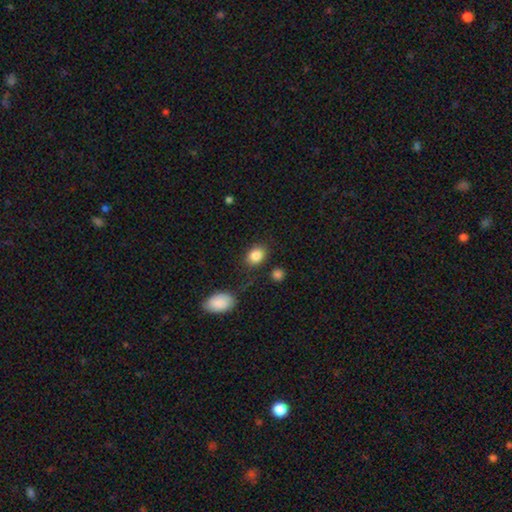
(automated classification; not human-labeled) Q: Smooth or featured?
A: smooth (85%); runner-up: star or artifact (9%)
Q: How rounded?
A: in between (64%); runner-up: round (35%)
Q: Merging?
A: none (80%); runner-up: minor disturbance (12%)